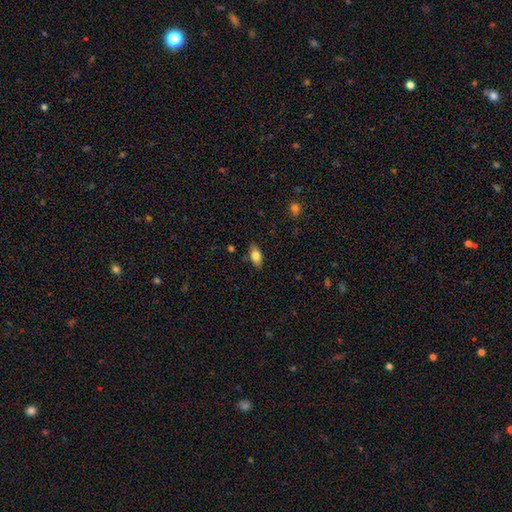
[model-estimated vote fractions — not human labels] Smooth or featured?
  - smooth: 80% *
  - featured or disk: 13%
  - star or artifact: 7%
How rounded?
  - in between: 89% *
  - cigar-shaped: 7%
  - round: 4%
Merging?
  - none: 84% *
  - minor disturbance: 12%
  - major disturbance: 2%
  - merger: 1%